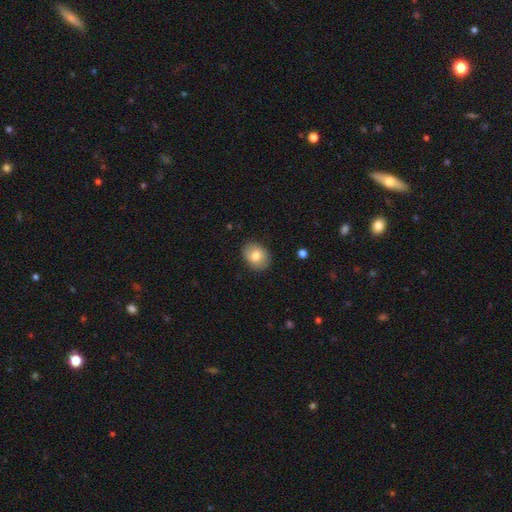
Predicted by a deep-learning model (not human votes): This is likely a smooth galaxy (77%). How rounded: likely in between (62%). Merging: clearly none (85%).